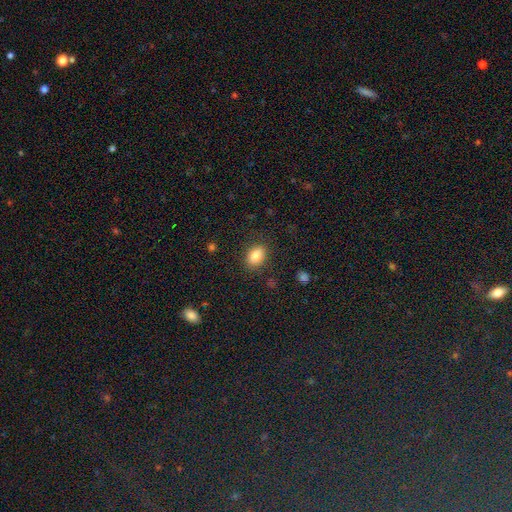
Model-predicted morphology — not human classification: This appears to be a smooth galaxy with no disk features (85%) that is in between round and cigar-shaped (80%). Merging: none (85%).